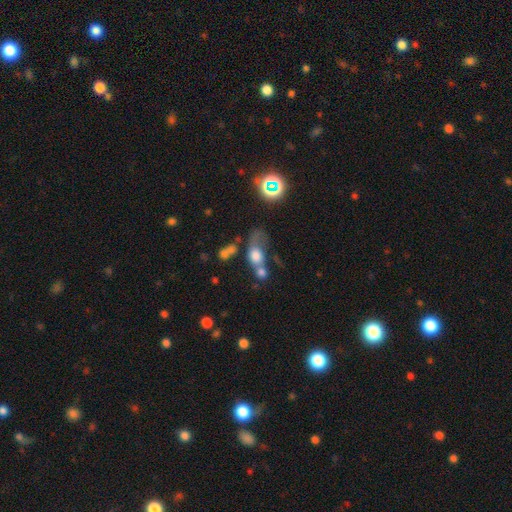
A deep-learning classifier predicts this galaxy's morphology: Smooth or featured: smooth — 64% (featured or disk — 22%)
How rounded: in between — 58% (round — 37%)
Merging: merger — 50% (major disturbance — 21%)